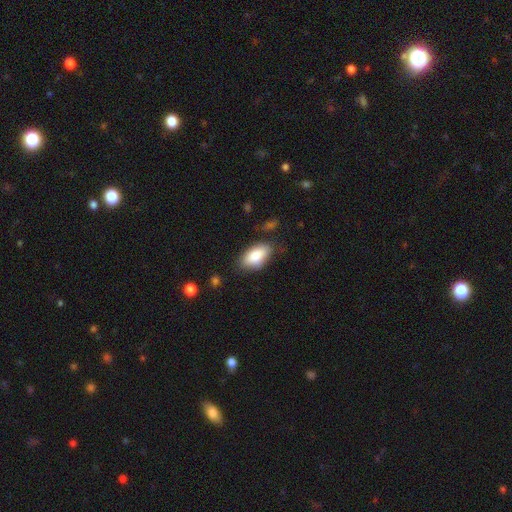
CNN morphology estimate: smooth-or-featured: smooth: 85% | featured or disk: 8% | star or artifact: 6%
  how-rounded: in between: 92% | cigar-shaped: 5% | round: 3%
  merging: none: 76% | minor disturbance: 17% | major disturbance: 4% | merger: 2%